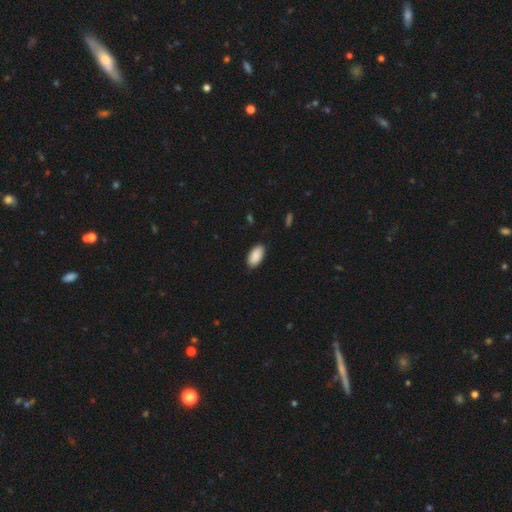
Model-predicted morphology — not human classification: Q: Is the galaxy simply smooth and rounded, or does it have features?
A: smooth — 90%.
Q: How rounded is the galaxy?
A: in between — 95%.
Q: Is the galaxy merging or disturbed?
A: none — 87%.